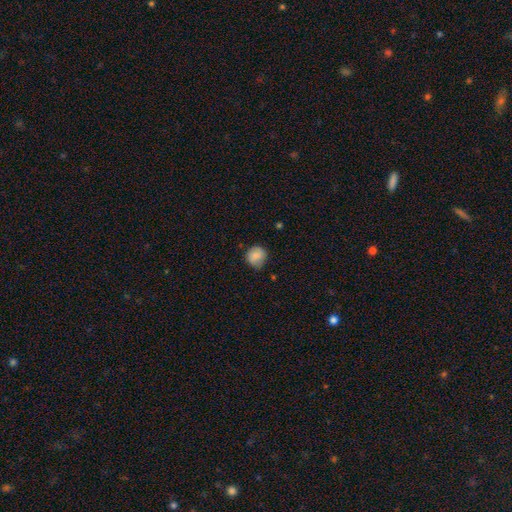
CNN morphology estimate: This is clearly a smooth galaxy (83%). How rounded: clearly round (84%). Merging: likely none (71%).